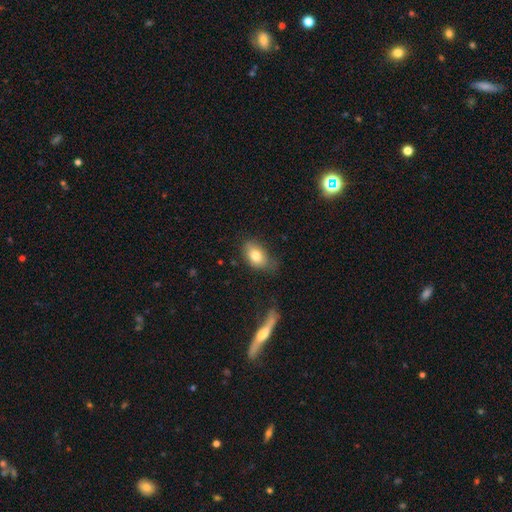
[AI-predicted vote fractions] This appears to be a smooth galaxy with no disk features (80%) that is in between round and cigar-shaped (87%). Merging: none (67%).